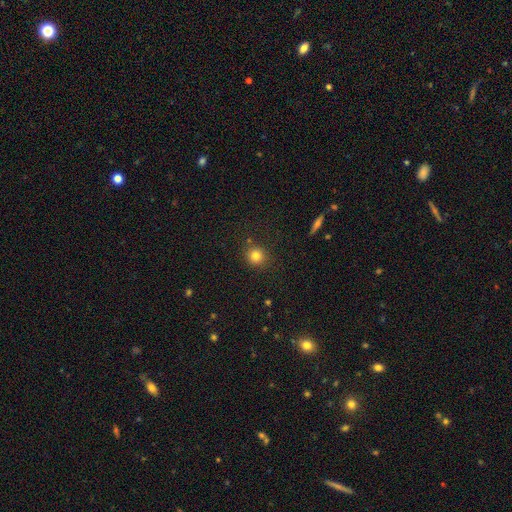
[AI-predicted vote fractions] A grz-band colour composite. It shows a smooth galaxy with no disk features (81%) that is round (89%). Merging: none (85%).